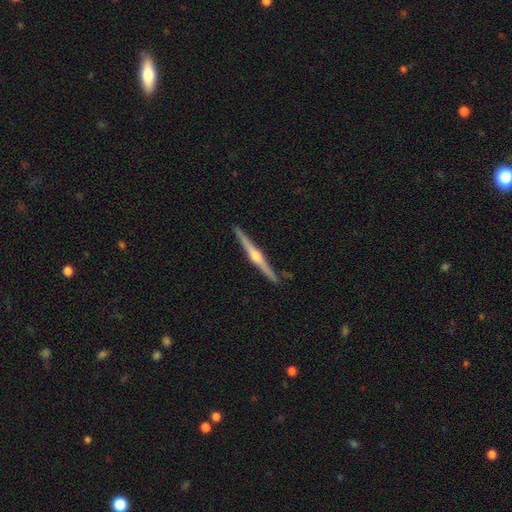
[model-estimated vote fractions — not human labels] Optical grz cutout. It shows a featured or disk galaxy (84%) viewed edge-on (99%) with a rounded central bulge (92%). Merging: none (92%).